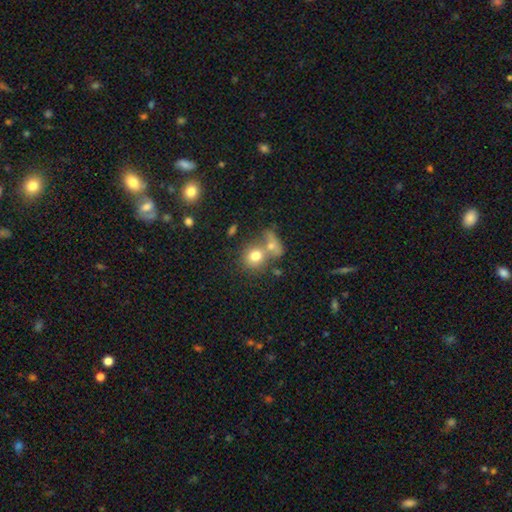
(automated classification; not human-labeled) smooth-or-featured: smooth: 74% | featured or disk: 16% | star or artifact: 10%
  how-rounded: round: 70% | in between: 28% | cigar-shaped: 2%
  merging: merger: 49% | none: 37% | minor disturbance: 9% | major disturbance: 5%